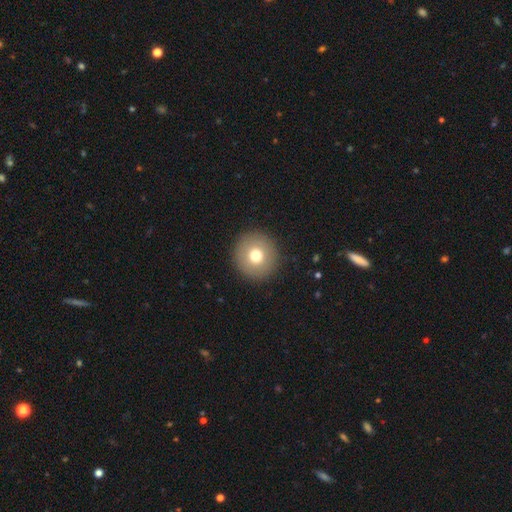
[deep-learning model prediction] A smooth galaxy with no disk features (73%) that is round (96%).

Vote fractions:
- Smooth or featured? smooth: 73% / featured or disk: 17% / star or artifact: 10%
- How rounded? round: 96% / in between: 4% / cigar-shaped: 1%
- Merging? none: 92% / minor disturbance: 5% / major disturbance: 2% / merger: 1%